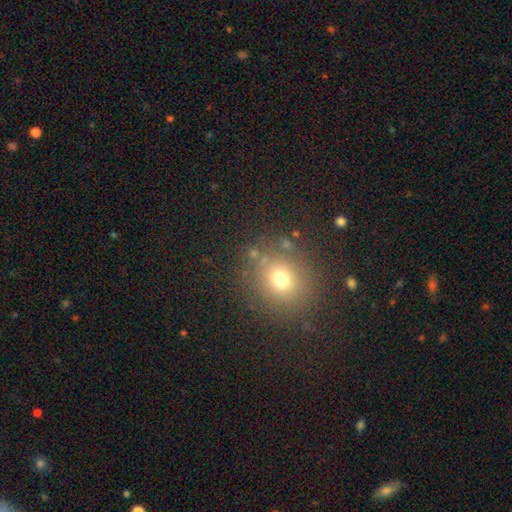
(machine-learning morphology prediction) smooth-or-featured: smooth: 69% | star or artifact: 21% | featured or disk: 10%
  how-rounded: round: 82% | in between: 17% | cigar-shaped: 1%
  merging: none: 81% | minor disturbance: 9% | merger: 5% | major disturbance: 4%